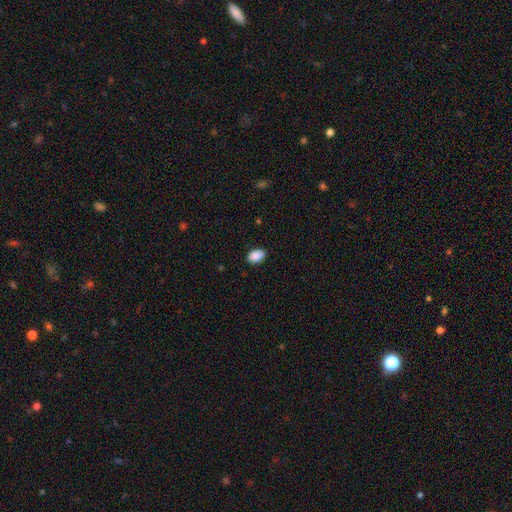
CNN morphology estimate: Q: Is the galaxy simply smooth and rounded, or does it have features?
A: smooth — 90%.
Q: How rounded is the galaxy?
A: in between — 86%.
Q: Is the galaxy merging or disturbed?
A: none — 84%.